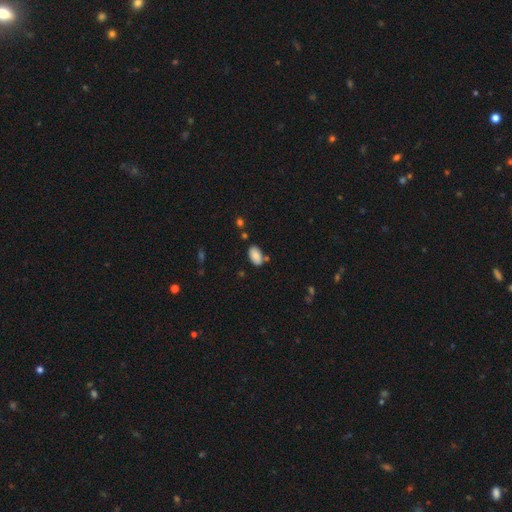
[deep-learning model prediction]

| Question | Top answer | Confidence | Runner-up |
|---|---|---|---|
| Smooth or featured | smooth | 85% | star or artifact (8%) |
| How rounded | in between | 95% | round (4%) |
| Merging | none | 73% | minor disturbance (16%) |